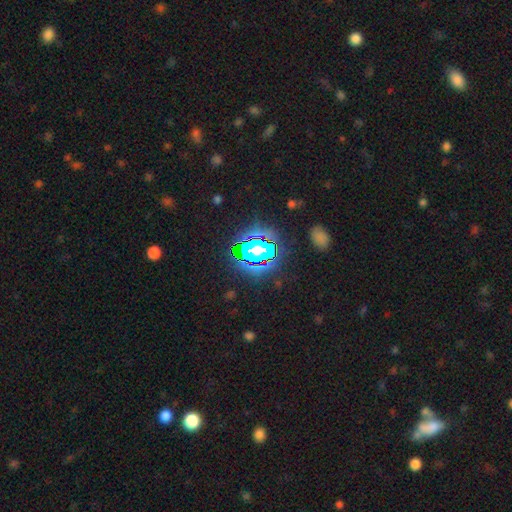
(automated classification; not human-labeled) Smooth or featured? star or artifact (75%)